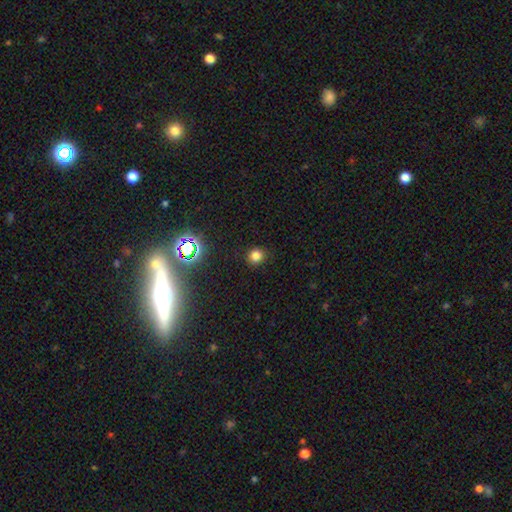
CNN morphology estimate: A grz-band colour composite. It shows a smooth galaxy with no disk features (78%) that is round (86%). Merging: none (90%).